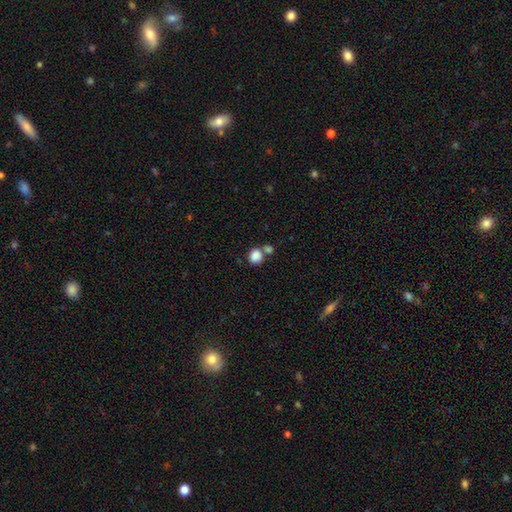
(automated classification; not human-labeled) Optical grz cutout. It shows a smooth galaxy with no disk features (86%) that is round (73%). Merging: none (52%).